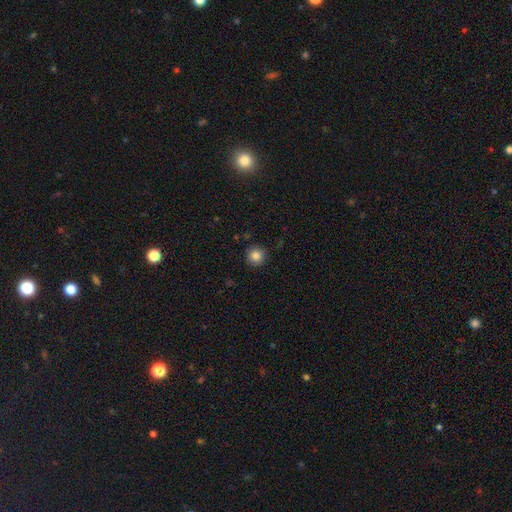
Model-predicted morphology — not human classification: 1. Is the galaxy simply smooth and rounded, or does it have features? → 85% smooth, 10% star or artifact, 5% featured or disk.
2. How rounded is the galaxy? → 95% round, 4% in between, 1% cigar-shaped.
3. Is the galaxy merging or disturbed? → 91% none, 6% minor disturbance, 2% major disturbance, 1% merger.